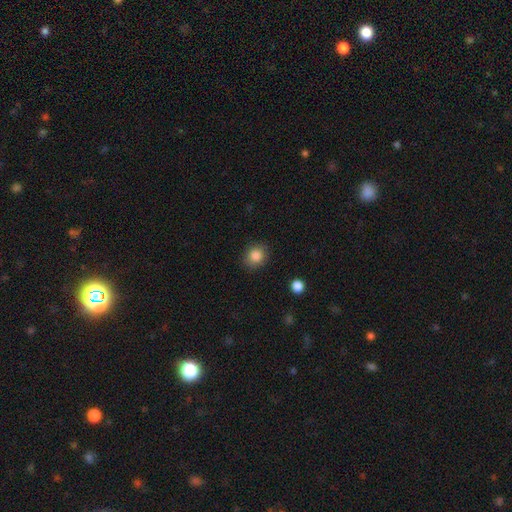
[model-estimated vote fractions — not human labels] Q: Smooth or featured?
A: smooth (85%); runner-up: star or artifact (10%)
Q: How rounded?
A: round (71%); runner-up: in between (28%)
Q: Merging?
A: none (87%); runner-up: minor disturbance (9%)